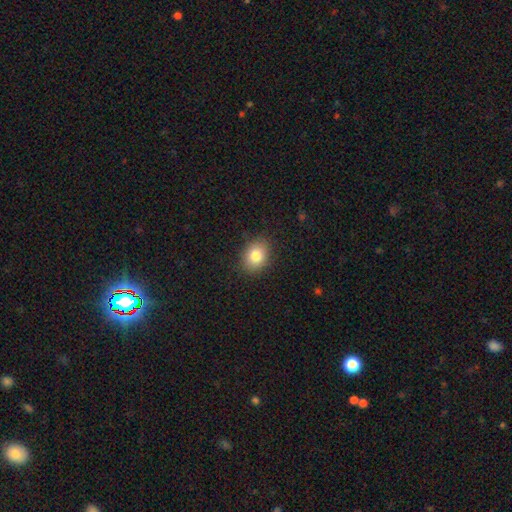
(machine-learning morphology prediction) Smooth or featured: smooth — 81% (star or artifact — 10%)
How rounded: in between — 55% (round — 44%)
Merging: none — 87% (minor disturbance — 9%)